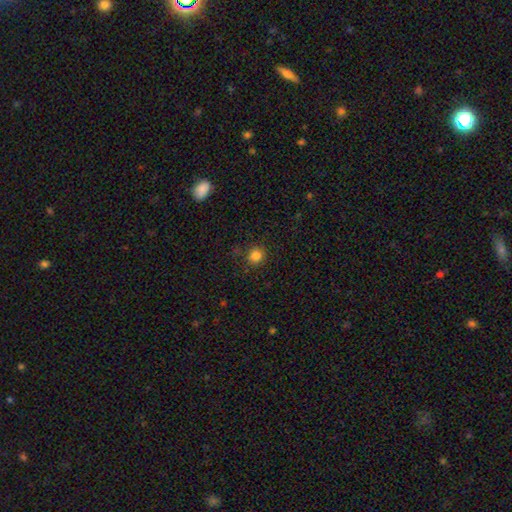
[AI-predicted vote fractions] This appears to be a smooth galaxy with no disk features (83%) that is round (91%). Merging: none (87%).